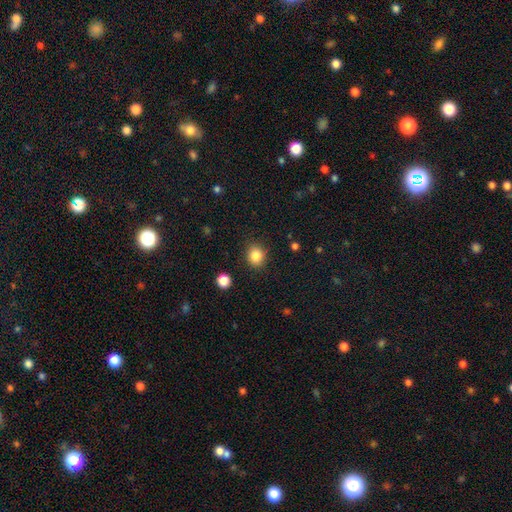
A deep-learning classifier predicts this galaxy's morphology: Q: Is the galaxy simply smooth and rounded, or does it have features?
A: smooth — 85%.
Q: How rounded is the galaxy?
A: round — 81%.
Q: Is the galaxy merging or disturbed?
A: none — 88%.